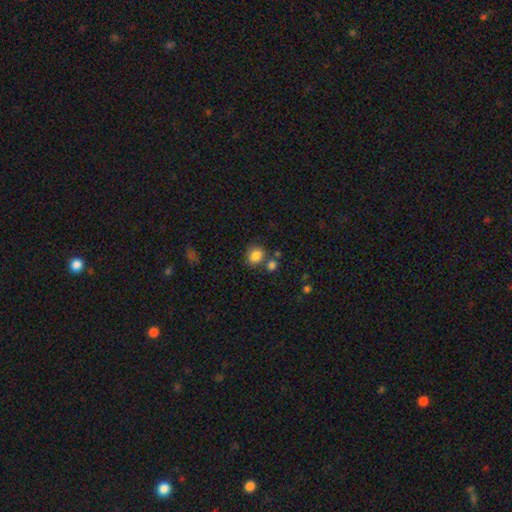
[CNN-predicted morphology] Smooth or featured?
  - smooth: 85% *
  - star or artifact: 10%
  - featured or disk: 5%
How rounded?
  - round: 63% *
  - in between: 36%
  - cigar-shaped: 1%
Merging?
  - none: 66% *
  - merger: 16%
  - minor disturbance: 13%
  - major disturbance: 5%